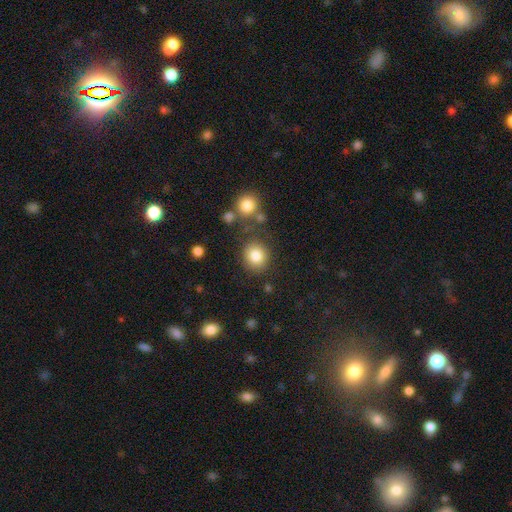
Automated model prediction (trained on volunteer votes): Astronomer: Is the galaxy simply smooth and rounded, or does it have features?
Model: smooth — 84%.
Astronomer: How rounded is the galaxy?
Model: round — 82%.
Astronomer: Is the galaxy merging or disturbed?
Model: none — 81%.